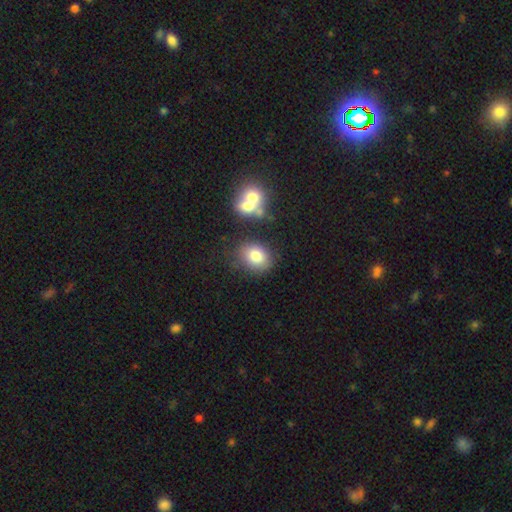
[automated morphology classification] A smooth galaxy with no disk features (79%) that is in between round and cigar-shaped (50%). Merging: none (75%).